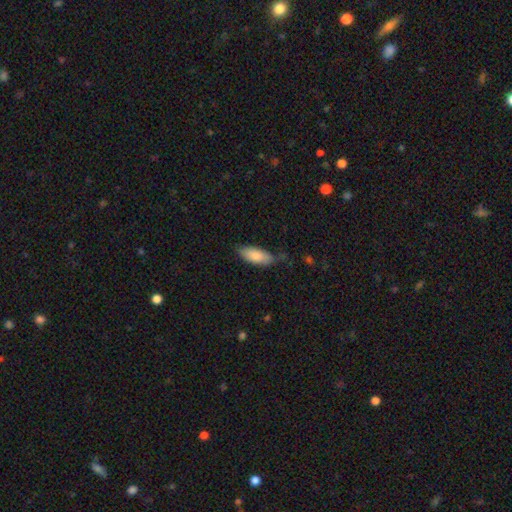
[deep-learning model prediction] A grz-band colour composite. It shows a smooth galaxy with no disk features (83%) that is in between round and cigar-shaped (80%). Merging: none (65%).